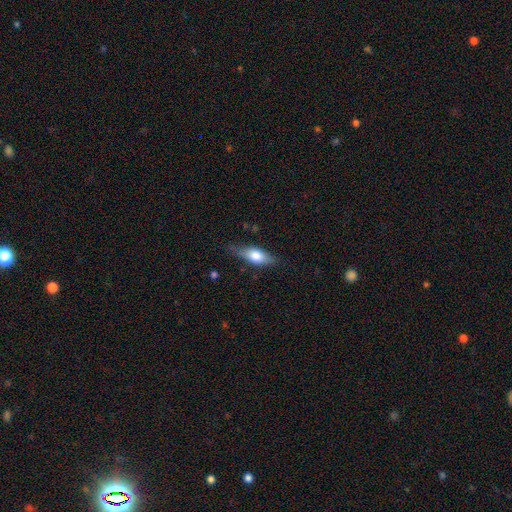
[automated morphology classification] This appears to be a smooth galaxy with no disk features (62%) that is in between round and cigar-shaped (71%). Merging: none (71%).